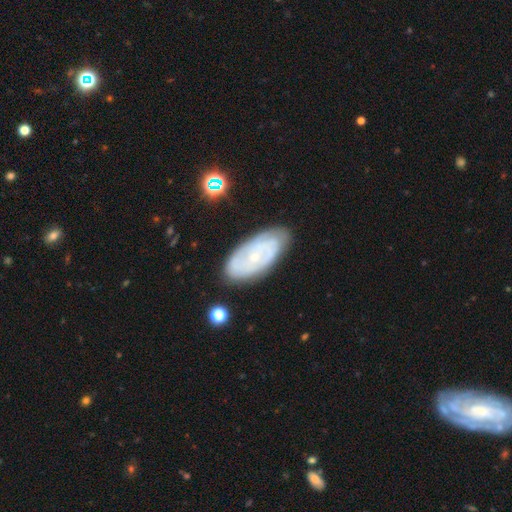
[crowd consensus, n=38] smooth-or-featured: featured or disk: 61% | smooth: 29% | star or artifact: 11%
  disk-edge-on: no: 91% | yes: 9%
    bar: no: 90% | strong: 5% | weak: 5%
    has-spiral-arms: yes: 52% | no: 48%
      spiral-winding: tight: 73% | medium: 18% | loose: 9%
      spiral-arm-count: can't tell: 64% | 2: 18% | 1: 9% | 4: 9% | 3: 0% | more than 4: 0%
    bulge-size: small: 90% | moderate: 10% | dominant: 0% | large: 0% | none: 0%
  merging: none: 62% | minor disturbance: 29% | major disturbance: 6% | merger: 3%